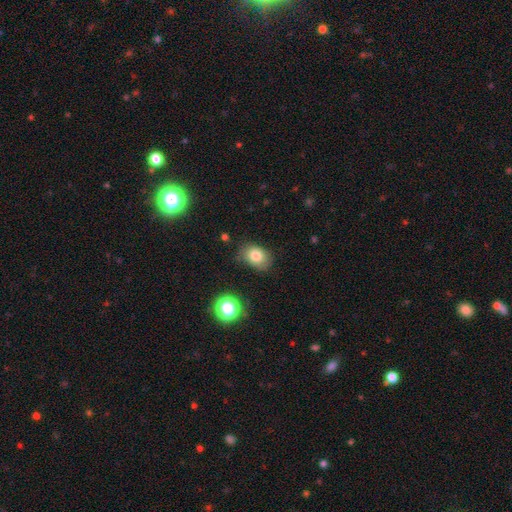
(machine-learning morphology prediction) A smooth galaxy with no disk features (80%) that is in between round and cigar-shaped (71%). Merging: none (69%).